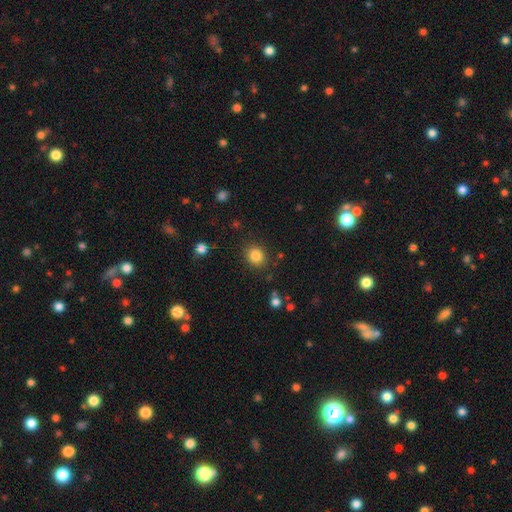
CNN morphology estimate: This appears to be a smooth galaxy with no disk features (84%) that is round (72%). Merging: none (87%).